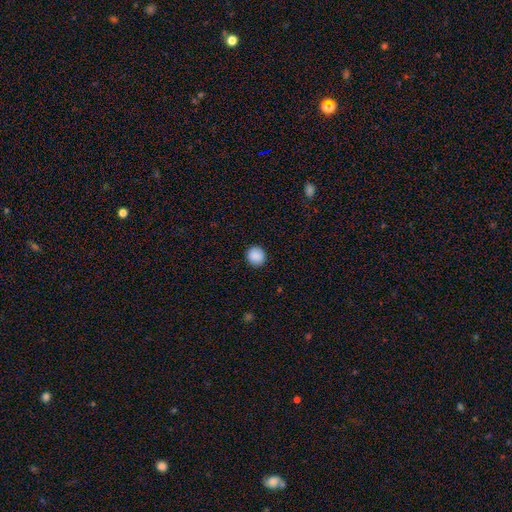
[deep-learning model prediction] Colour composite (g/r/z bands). It shows a smooth galaxy with no disk features (89%) that is round (91%). Merging: none (92%).